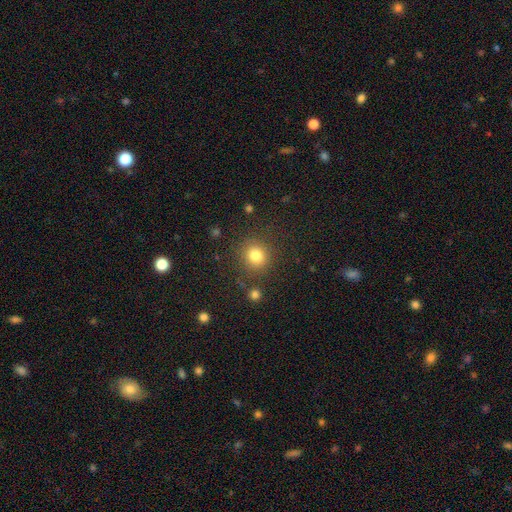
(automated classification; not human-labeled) Smooth or featured? smooth (81%)
How rounded? round (88%)
Merging? none (84%)